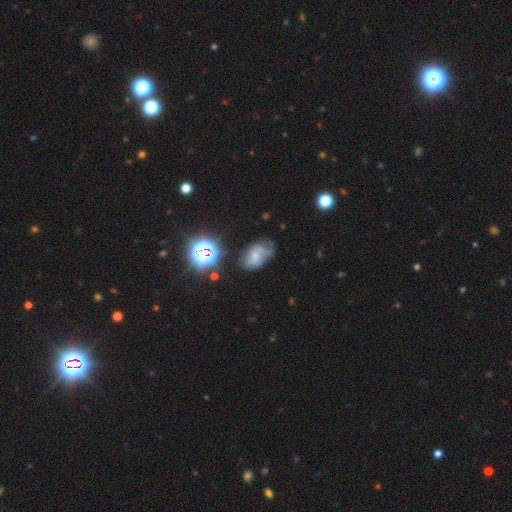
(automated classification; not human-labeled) smooth_or_featured: featured or disk (p=0.41) [alt: smooth p=0.40]
merging: none (p=0.41) [alt: minor disturbance p=0.32]